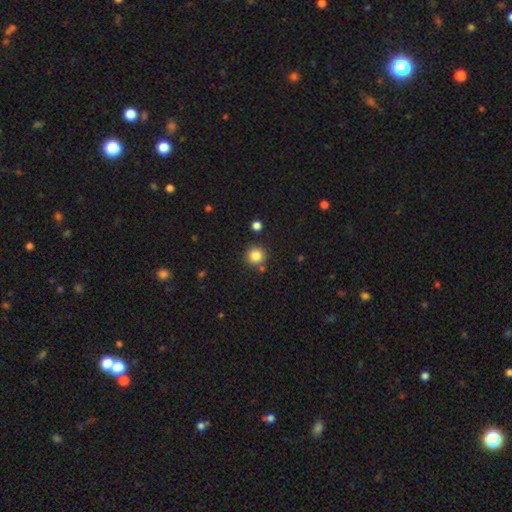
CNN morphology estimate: smooth-or-featured: smooth: 85% | star or artifact: 11% | featured or disk: 5%
  how-rounded: round: 94% | in between: 5% | cigar-shaped: 1%
  merging: none: 84% | minor disturbance: 8% | merger: 6% | major disturbance: 2%